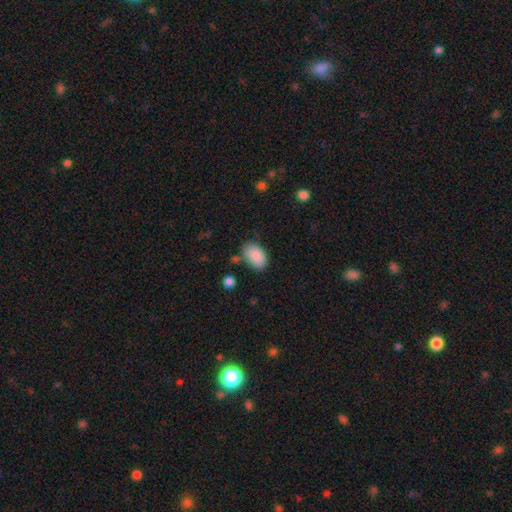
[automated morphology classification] smooth_or_featured: smooth (p=0.88) [alt: star or artifact p=0.07]
how_rounded: in between (p=0.92) [alt: round p=0.07]
merging: none (p=0.74) [alt: minor disturbance p=0.17]